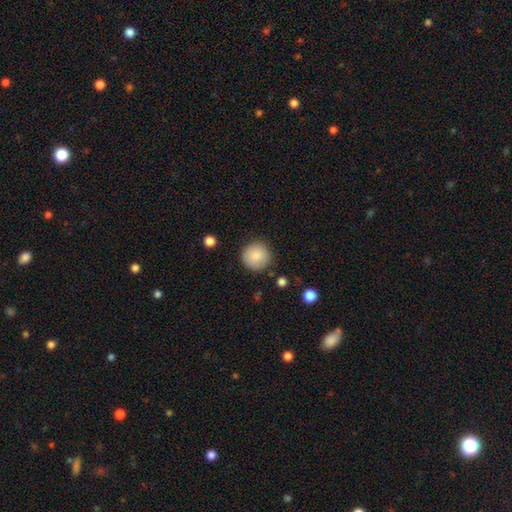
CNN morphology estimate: Smooth or featured? Predicted: smooth (p=0.87). How rounded? Predicted: round (p=0.95). Merging? Predicted: none (p=0.87).